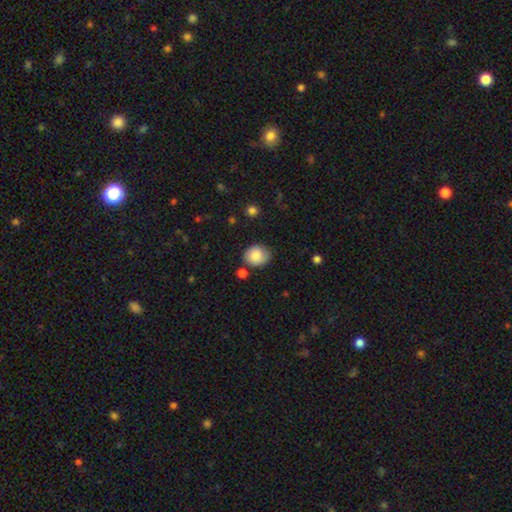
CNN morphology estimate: The model was most divided on "how rounded": round: 65%, in between: 34%, cigar-shaped: 1%. More confident: smooth or featured — smooth (82%); merging — none (70%).